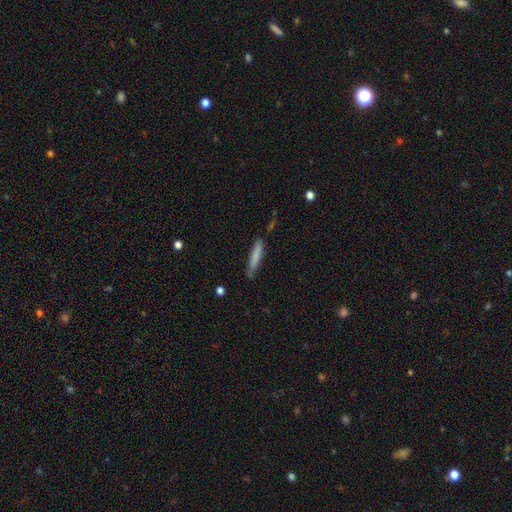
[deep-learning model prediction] Smooth or featured? Predicted: smooth (p=0.78). How rounded? Predicted: cigar-shaped (p=0.90). Merging? Predicted: none (p=0.76).